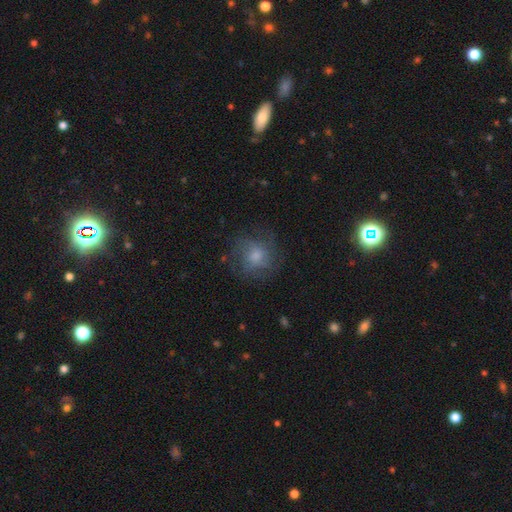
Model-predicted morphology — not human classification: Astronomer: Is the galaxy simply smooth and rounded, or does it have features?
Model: smooth — 43% (runner-up: featured or disk, 39%).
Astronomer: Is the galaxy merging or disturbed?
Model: none — 76%.